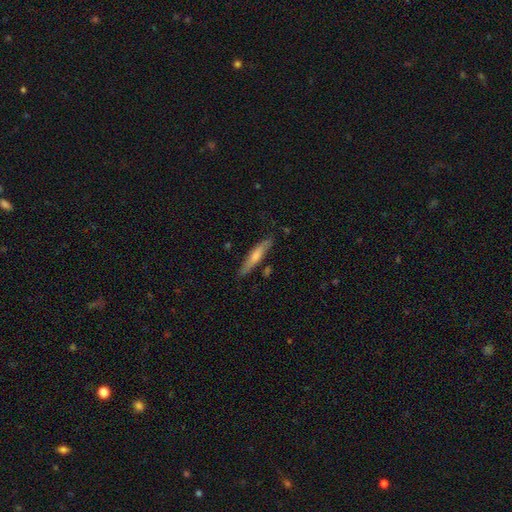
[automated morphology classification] A featured or disk galaxy (48%).

Vote fractions:
- Smooth or featured? featured or disk: 48% / smooth: 46% / star or artifact: 6%
- Merging? none: 81% / minor disturbance: 13% / major disturbance: 3% / merger: 3%